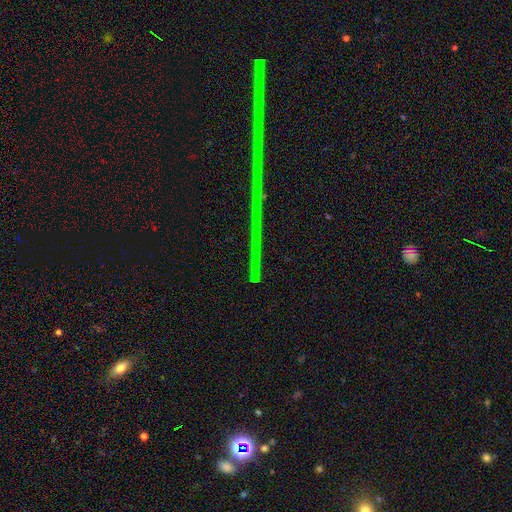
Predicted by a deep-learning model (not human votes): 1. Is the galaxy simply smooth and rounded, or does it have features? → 78% star or artifact, 13% featured or disk, 9% smooth.